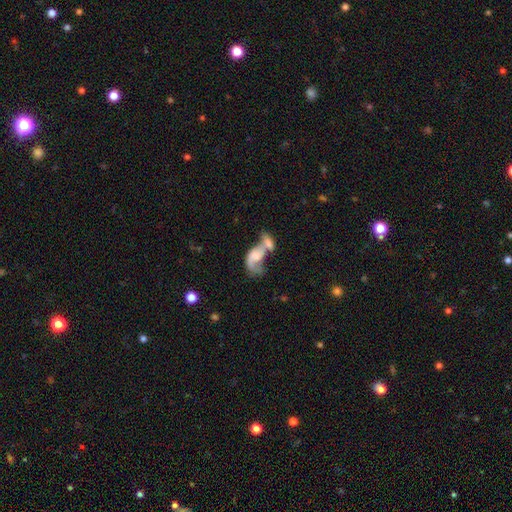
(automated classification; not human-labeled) Overall: featured or disk (58%; smooth 34%). Edge-on disk: no (96%). Bar: no (66%; weak 27%). Spiral arms: yes (74%). Bulge size: moderate (30%; none 27%). Merging: merger (68%).